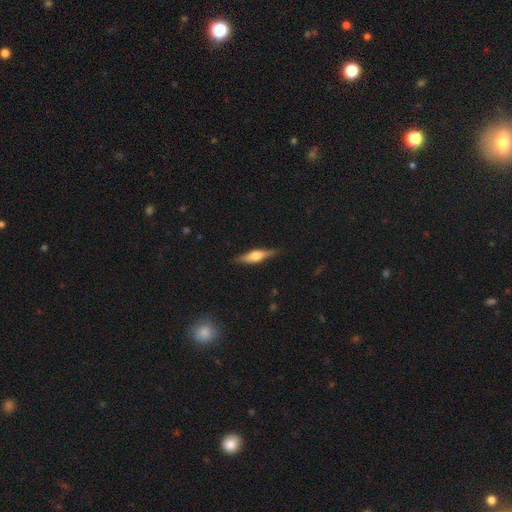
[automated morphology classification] The model was most divided on "smooth or featured": featured or disk: 53%, smooth: 41%, star or artifact: 6%. More confident: edge-on disk — yes (94%); edge-on bulge — rounded (88%); merging — none (85%).